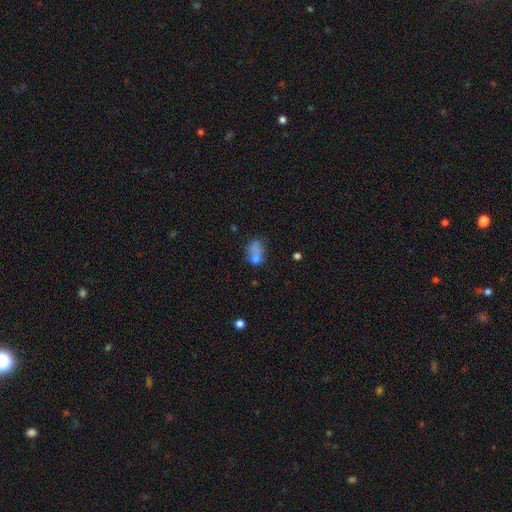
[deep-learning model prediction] Smooth or featured?
  - smooth: 67% *
  - featured or disk: 19%
  - star or artifact: 14%
How rounded?
  - in between: 64% *
  - round: 35%
  - cigar-shaped: 2%
Merging?
  - merger: 31% *
  - none: 29%
  - minor disturbance: 20%
  - major disturbance: 19%